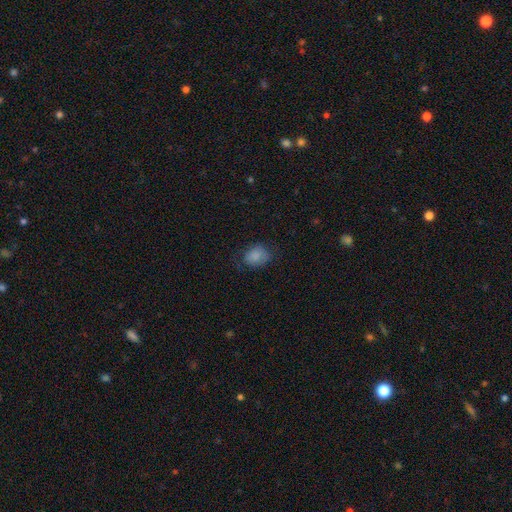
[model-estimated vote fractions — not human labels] smooth-or-featured: smooth: 83% | star or artifact: 9% | featured or disk: 8%
  how-rounded: in between: 57% | round: 42% | cigar-shaped: 1%
  merging: none: 65% | minor disturbance: 24% | major disturbance: 9% | merger: 1%